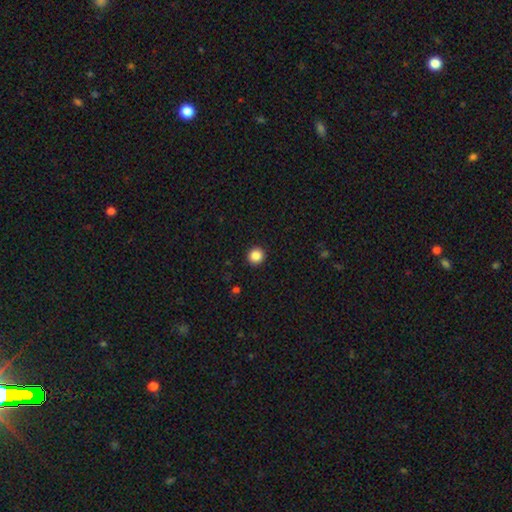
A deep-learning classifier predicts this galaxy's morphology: Smooth or featured?
  - smooth: 87% *
  - star or artifact: 10%
  - featured or disk: 3%
How rounded?
  - round: 94% *
  - in between: 5%
  - cigar-shaped: 1%
Merging?
  - none: 93% *
  - minor disturbance: 4%
  - major disturbance: 2%
  - merger: 1%